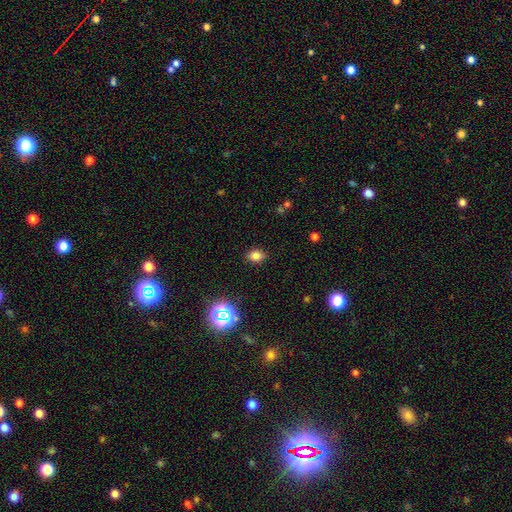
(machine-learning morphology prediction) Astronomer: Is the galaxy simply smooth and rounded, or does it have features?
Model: smooth — 78%.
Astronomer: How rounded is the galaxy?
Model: in between — 71%.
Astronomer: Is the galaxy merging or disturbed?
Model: none — 87%.